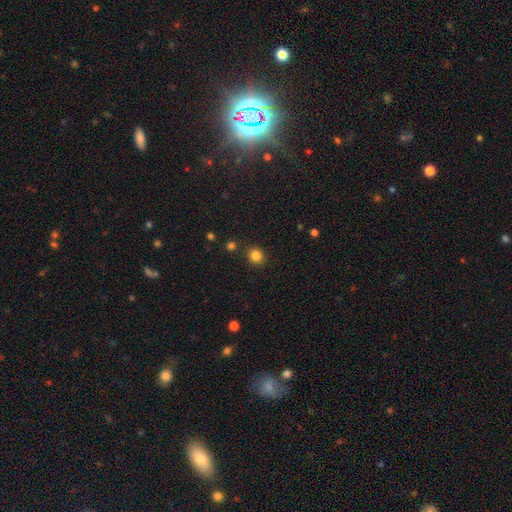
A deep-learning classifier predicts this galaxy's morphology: Smooth or featured? smooth (84%)
How rounded? round (84%)
Merging? none (87%)